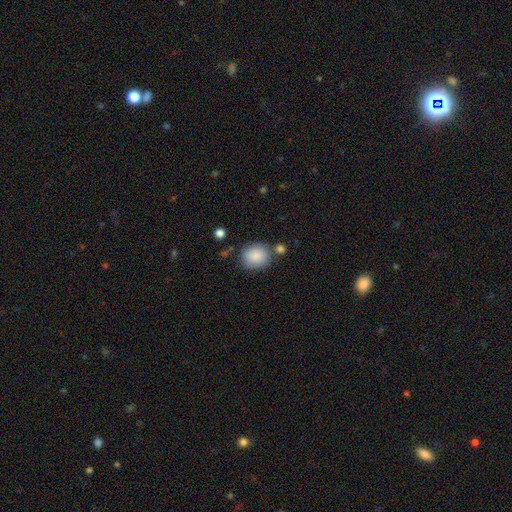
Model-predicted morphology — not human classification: This is clearly a smooth galaxy (87%). How rounded: likely round (68%). Merging: likely none (71%).